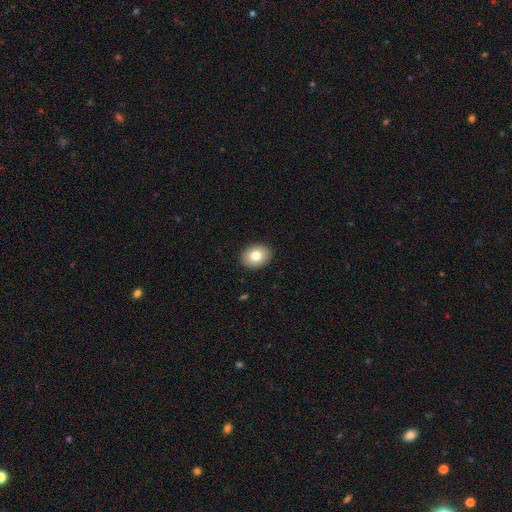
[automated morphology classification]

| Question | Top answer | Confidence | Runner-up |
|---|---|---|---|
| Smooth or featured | smooth | 79% | featured or disk (12%) |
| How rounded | in between | 52% | round (47%) |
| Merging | none | 91% | minor disturbance (6%) |